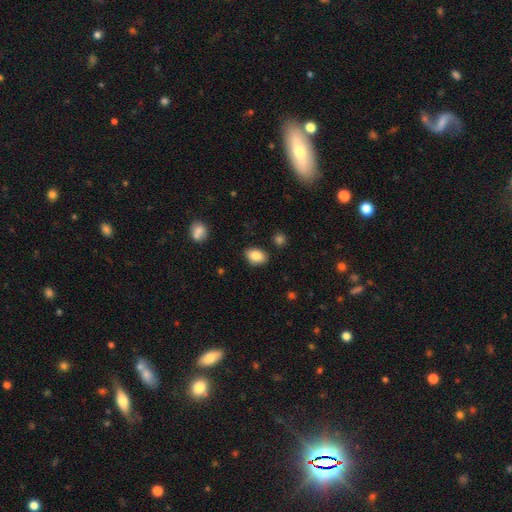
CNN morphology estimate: Smooth or featured?
  - smooth: 86% *
  - star or artifact: 8%
  - featured or disk: 7%
How rounded?
  - in between: 85% *
  - round: 14%
  - cigar-shaped: 1%
Merging?
  - none: 84% *
  - minor disturbance: 11%
  - major disturbance: 2%
  - merger: 2%